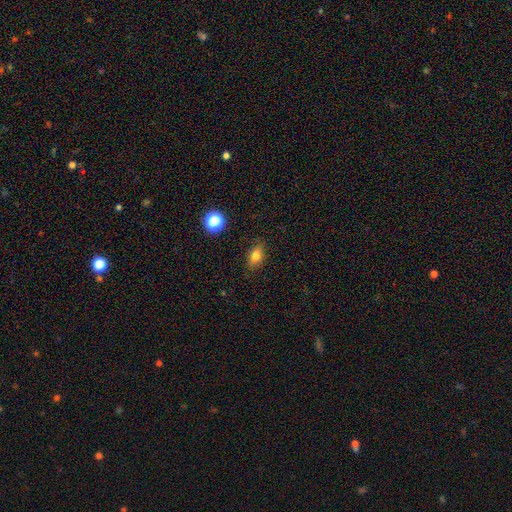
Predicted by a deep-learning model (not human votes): Morphology: type=smooth (79%); roundness=in between (81%); merging=none (85%).